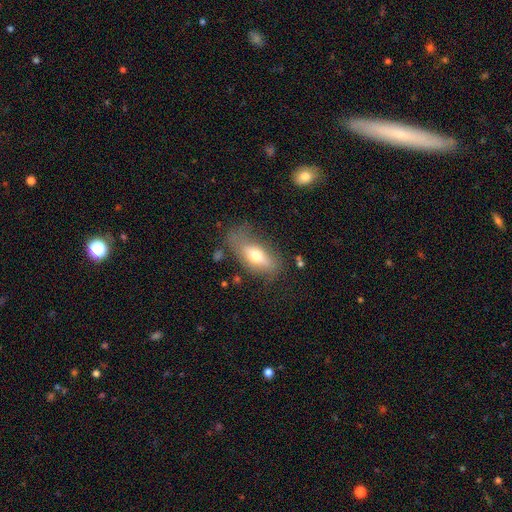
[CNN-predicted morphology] Smooth or featured? smooth (61%)
How rounded? in between (80%)
Merging? none (51%)